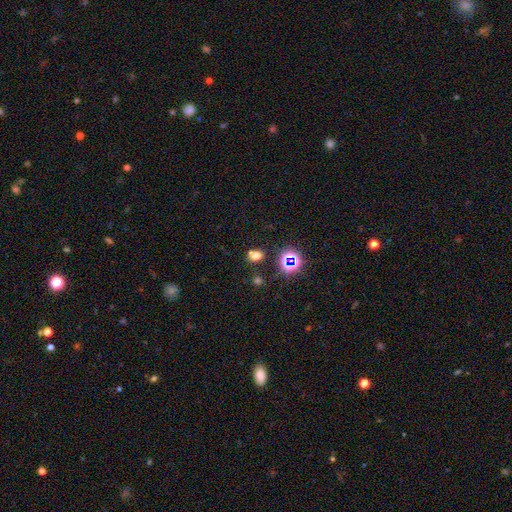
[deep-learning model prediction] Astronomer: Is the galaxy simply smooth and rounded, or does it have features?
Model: smooth — 63%.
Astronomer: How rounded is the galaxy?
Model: round — 58% (runner-up: in between, 41%).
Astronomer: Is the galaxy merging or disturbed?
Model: none — 70%.